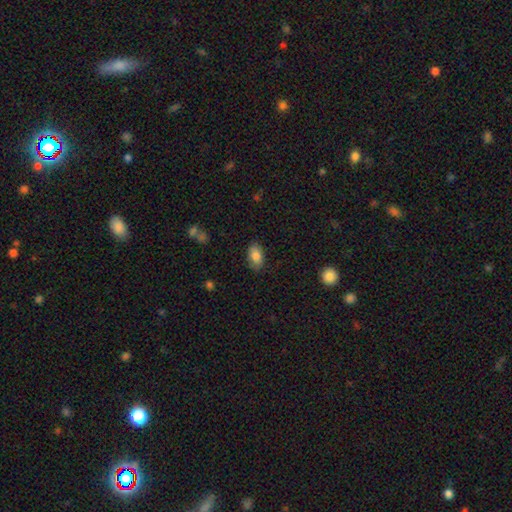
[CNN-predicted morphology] The model was most divided on "merging": none: 83%, minor disturbance: 13%, major disturbance: 3%, merger: 1%. More confident: how rounded — in between (92%); smooth or featured — smooth (84%).